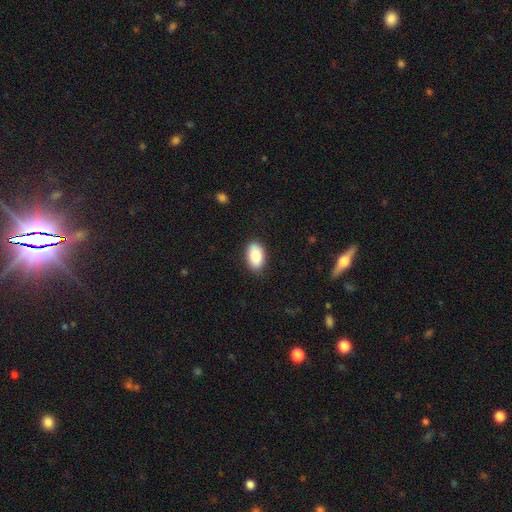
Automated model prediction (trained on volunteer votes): smooth_or_featured: smooth (p=0.84) [alt: featured or disk p=0.09]
how_rounded: in between (p=0.93) [alt: round p=0.06]
merging: none (p=0.88) [alt: minor disturbance p=0.09]